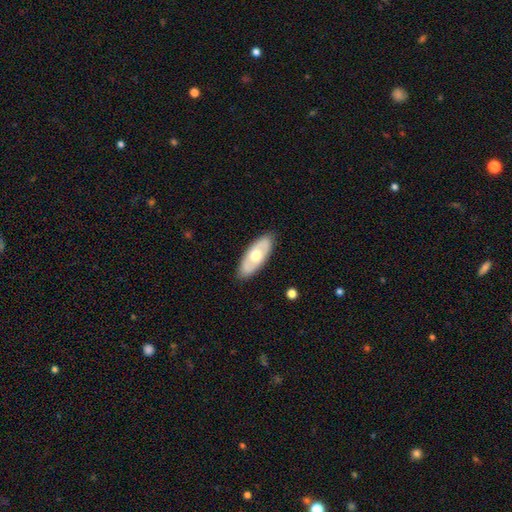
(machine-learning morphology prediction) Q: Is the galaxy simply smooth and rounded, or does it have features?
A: smooth — 50%.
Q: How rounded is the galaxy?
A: in between — 85%.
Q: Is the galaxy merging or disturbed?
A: none — 86%.